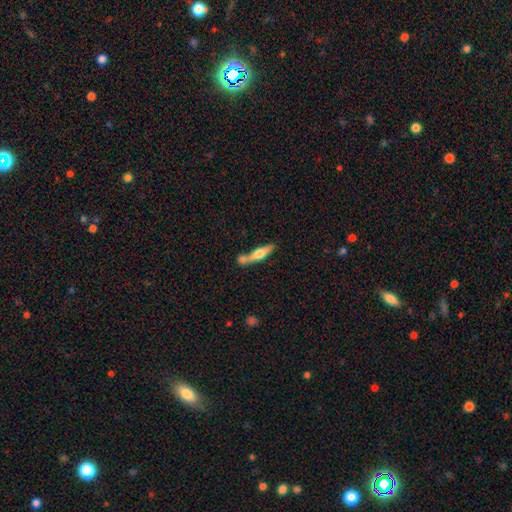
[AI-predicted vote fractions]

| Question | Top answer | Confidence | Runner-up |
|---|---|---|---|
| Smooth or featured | featured or disk | 55% | smooth (38%) |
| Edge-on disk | yes | 92% | no (8%) |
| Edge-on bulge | rounded | 89% | boxy (6%) |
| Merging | none | 63% | merger (20%) |